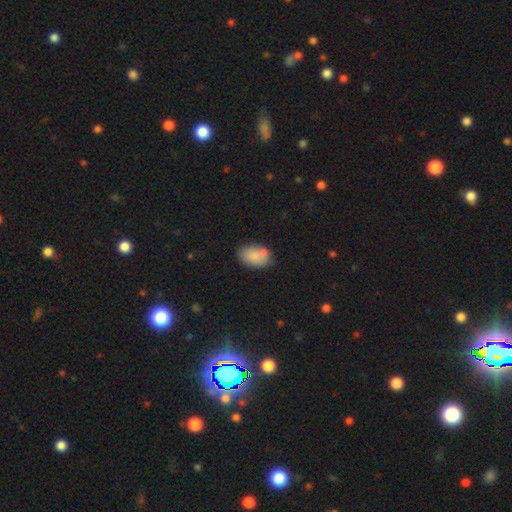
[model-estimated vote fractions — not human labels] Smooth or featured?
  - smooth: 81% *
  - featured or disk: 12%
  - star or artifact: 7%
How rounded?
  - in between: 89% *
  - round: 10%
  - cigar-shaped: 1%
Merging?
  - none: 65% *
  - minor disturbance: 18%
  - merger: 13%
  - major disturbance: 4%